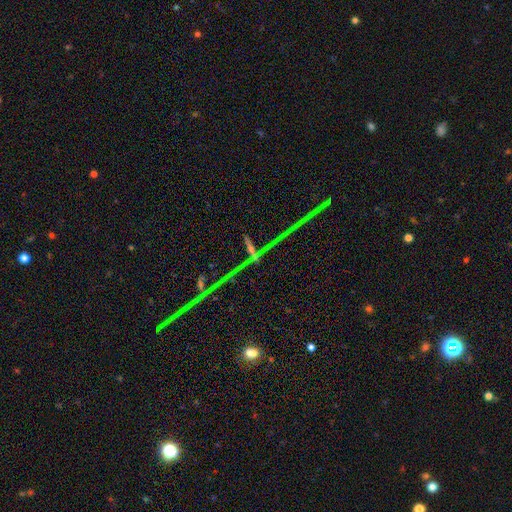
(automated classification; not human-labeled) Q: Smooth or featured?
A: star or artifact (75%); runner-up: featured or disk (15%)